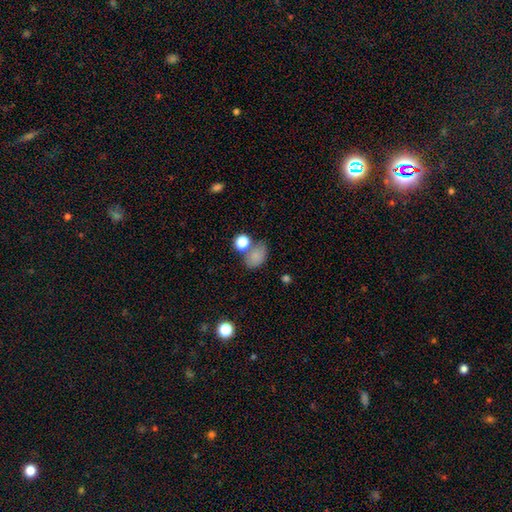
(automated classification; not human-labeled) smooth_or_featured: smooth (p=0.81) [alt: star or artifact p=0.11]
how_rounded: in between (p=0.72) [alt: round p=0.27]
merging: none (p=0.51) [alt: merger p=0.24]